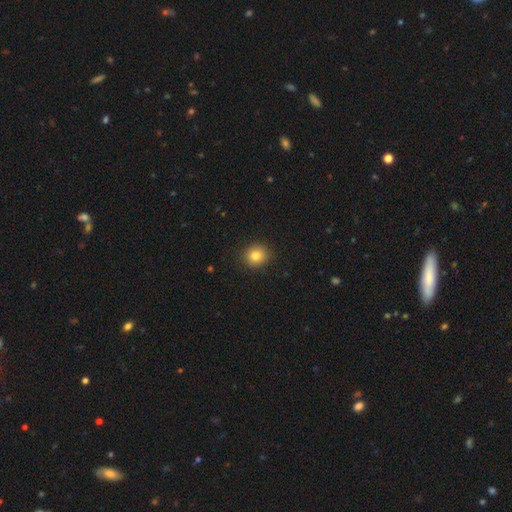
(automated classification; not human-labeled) The model was most divided on "how rounded": round: 83%, in between: 16%, cigar-shaped: 1%. More confident: merging — none (90%); smooth or featured — smooth (82%).